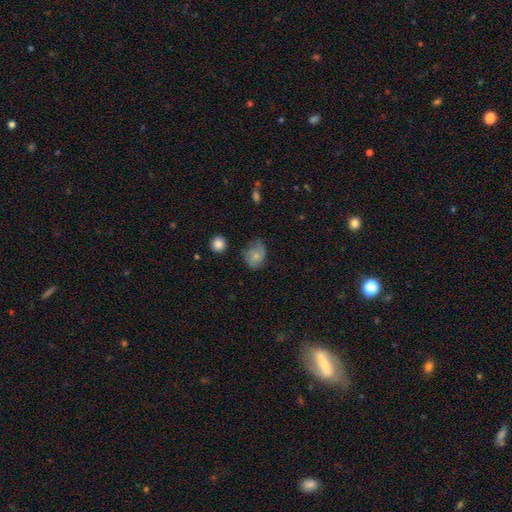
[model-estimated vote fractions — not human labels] Q: Smooth or featured?
A: smooth (67%); runner-up: featured or disk (24%)
Q: How rounded?
A: in between (54%); runner-up: round (45%)
Q: Merging?
A: none (46%); runner-up: minor disturbance (38%)